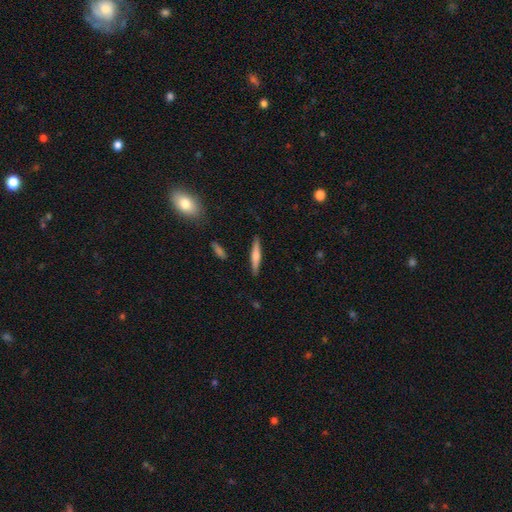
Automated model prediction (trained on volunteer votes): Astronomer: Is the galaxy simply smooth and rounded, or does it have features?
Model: smooth — 54% (runner-up: featured or disk, 40%).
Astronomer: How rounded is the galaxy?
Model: cigar-shaped — 90%.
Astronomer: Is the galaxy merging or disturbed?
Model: none — 89%.